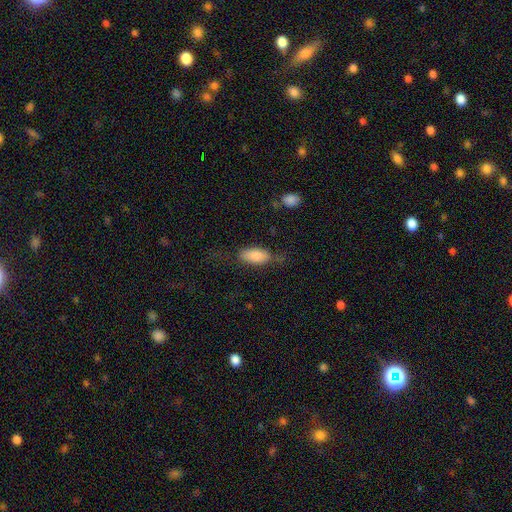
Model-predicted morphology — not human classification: Smooth or featured?
  - smooth: 82% *
  - featured or disk: 11%
  - star or artifact: 7%
How rounded?
  - in between: 87% *
  - cigar-shaped: 10%
  - round: 3%
Merging?
  - none: 59% *
  - minor disturbance: 24%
  - major disturbance: 14%
  - merger: 3%